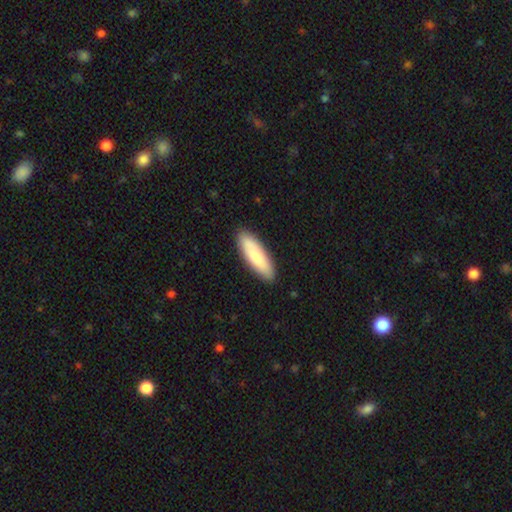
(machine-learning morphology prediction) Q: Smooth or featured?
A: smooth (82%); runner-up: featured or disk (13%)
Q: How rounded?
A: cigar-shaped (51%); runner-up: in between (48%)
Q: Merging?
A: none (89%); runner-up: minor disturbance (8%)